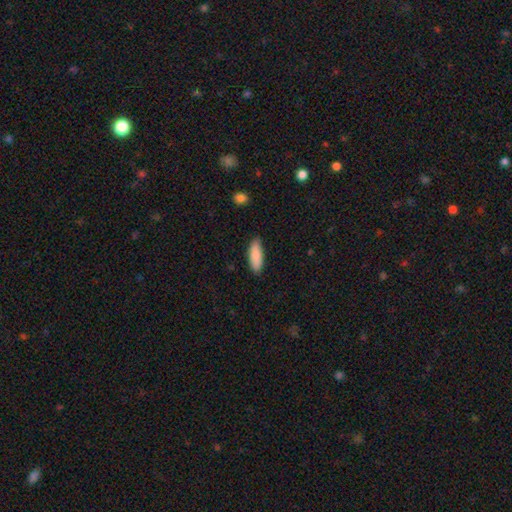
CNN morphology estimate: smooth 88%, featured or disk 7%, star or artifact 6%. Down the decision tree: how rounded — in between (66%); merging — none (84%).